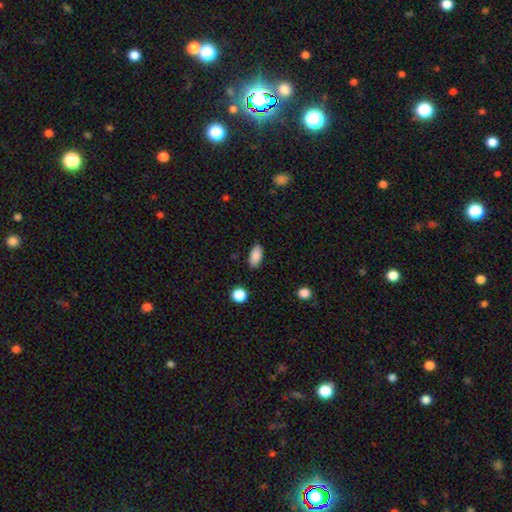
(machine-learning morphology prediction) This is clearly a smooth galaxy (87%). How rounded: clearly in between (91%). Merging: clearly none (85%).